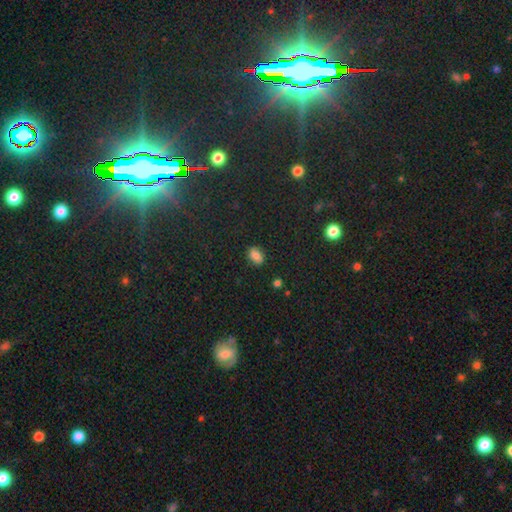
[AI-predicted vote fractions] A smooth galaxy with no disk features (78%) that is in between round and cigar-shaped (80%).

Vote fractions:
- Smooth or featured? smooth: 78% / star or artifact: 13% / featured or disk: 9%
- How rounded? in between: 80% / round: 18% / cigar-shaped: 2%
- Merging? none: 84% / minor disturbance: 12% / major disturbance: 3% / merger: 1%